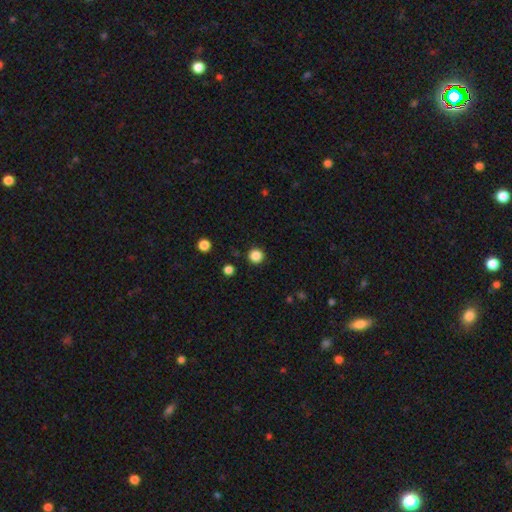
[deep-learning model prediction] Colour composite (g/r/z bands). It shows a smooth galaxy with no disk features (85%) that is round (95%). Merging: none (92%).